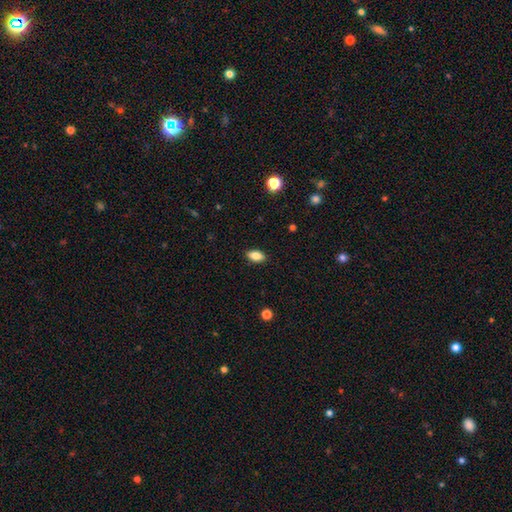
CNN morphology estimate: smooth-or-featured: smooth: 84% | star or artifact: 8% | featured or disk: 8%
  how-rounded: in between: 89% | round: 5% | cigar-shaped: 5%
  merging: none: 89% | minor disturbance: 8% | major disturbance: 2% | merger: 1%